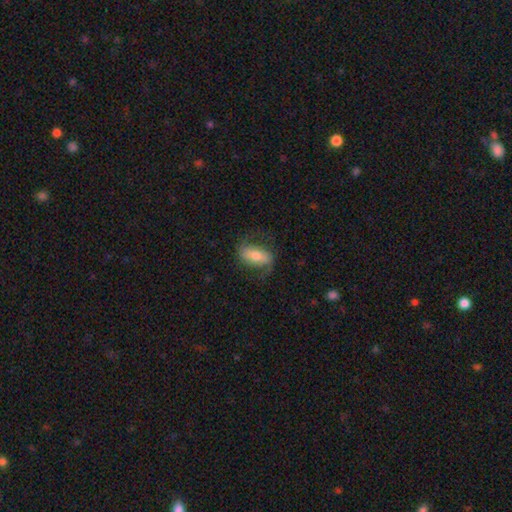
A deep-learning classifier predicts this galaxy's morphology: Smooth or featured?
  - featured or disk: 50% *
  - smooth: 42%
  - star or artifact: 8%
Edge-on disk?
  - no: 91% *
  - yes: 9%
Merging?
  - none: 68% *
  - minor disturbance: 18%
  - major disturbance: 12%
  - merger: 1%